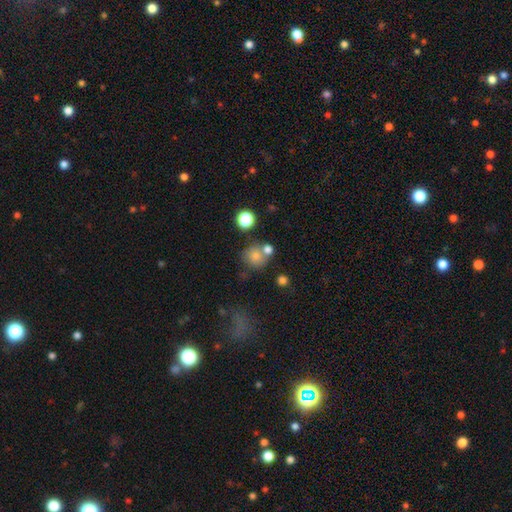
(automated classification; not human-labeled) Smooth or featured?
  - smooth: 74% *
  - star or artifact: 14%
  - featured or disk: 12%
How rounded?
  - round: 85% *
  - in between: 14%
  - cigar-shaped: 1%
Merging?
  - none: 58% *
  - merger: 25%
  - minor disturbance: 12%
  - major disturbance: 5%